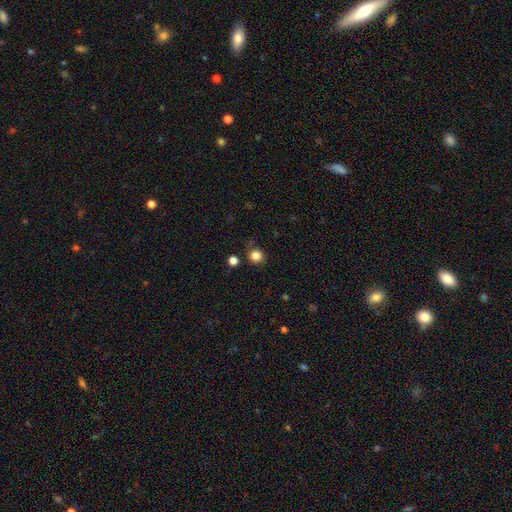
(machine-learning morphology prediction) Overall: smooth (83%). How rounded: round (93%). Merging: none (83%).